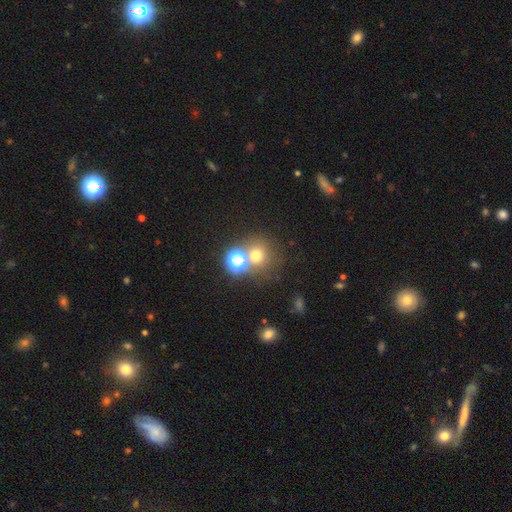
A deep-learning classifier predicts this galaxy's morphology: Smooth or featured? smooth (65%)
How rounded? round (87%)
Merging? none (62%)